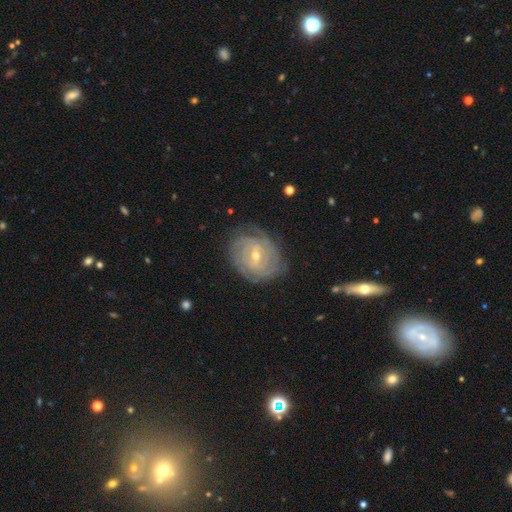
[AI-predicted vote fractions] smooth_or_featured: featured or disk (p=0.84) [alt: smooth p=0.10]
disk_edge_on: no (p=0.96) [alt: yes p=0.04]
bar: weak (p=0.55) [alt: no p=0.26]
has_spiral_arms: yes (p=0.95) [alt: no p=0.05]
spiral_winding: tight (p=0.73) [alt: medium p=0.22]
spiral_arm_count: can't tell (p=0.37) [alt: 2 p=0.19]
bulge_size: small (p=0.59) [alt: moderate p=0.38]
merging: none (p=0.76) [alt: minor disturbance p=0.17]